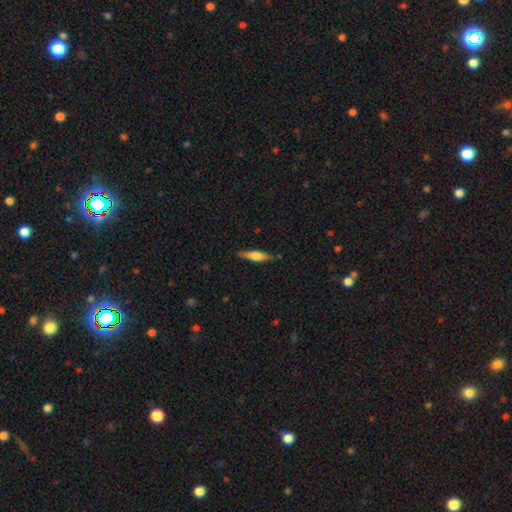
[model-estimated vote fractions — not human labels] Smooth or featured? Predicted: smooth (p=0.49). Merging? Predicted: none (p=0.83).